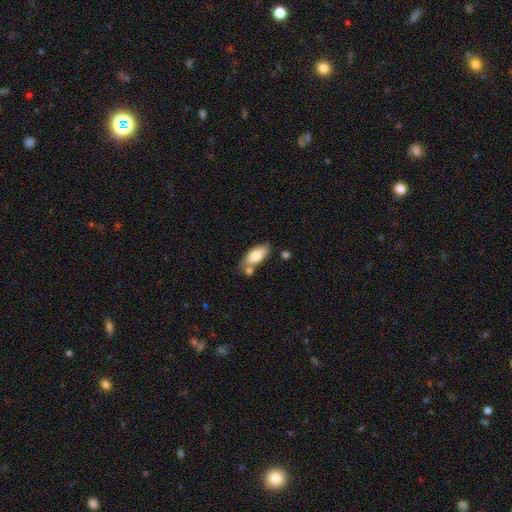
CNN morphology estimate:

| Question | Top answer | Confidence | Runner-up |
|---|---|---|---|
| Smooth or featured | smooth | 77% | featured or disk (17%) |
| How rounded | in between | 86% | cigar-shaped (12%) |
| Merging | none | 56% | merger (23%) |